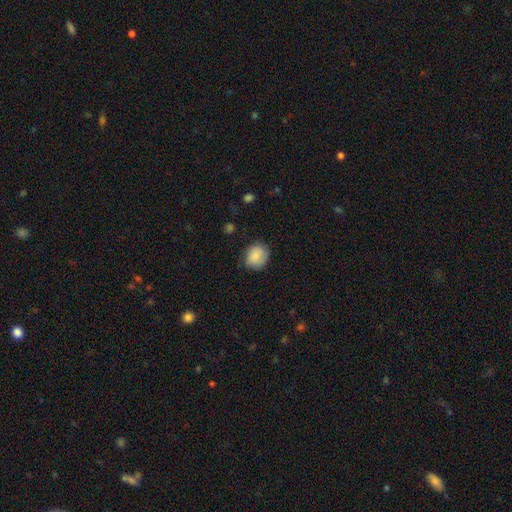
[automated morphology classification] Q: Smooth or featured?
A: smooth (84%); runner-up: featured or disk (9%)
Q: How rounded?
A: round (72%); runner-up: in between (27%)
Q: Merging?
A: none (78%); runner-up: minor disturbance (18%)